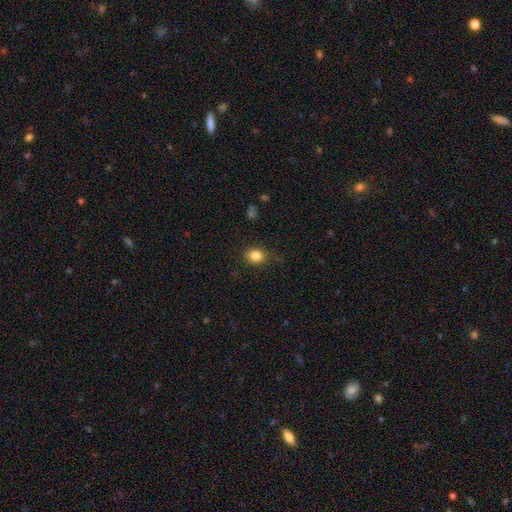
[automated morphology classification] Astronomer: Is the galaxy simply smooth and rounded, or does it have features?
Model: smooth — 84%.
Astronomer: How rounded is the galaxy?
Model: round — 64%.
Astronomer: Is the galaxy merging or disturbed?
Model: none — 82%.